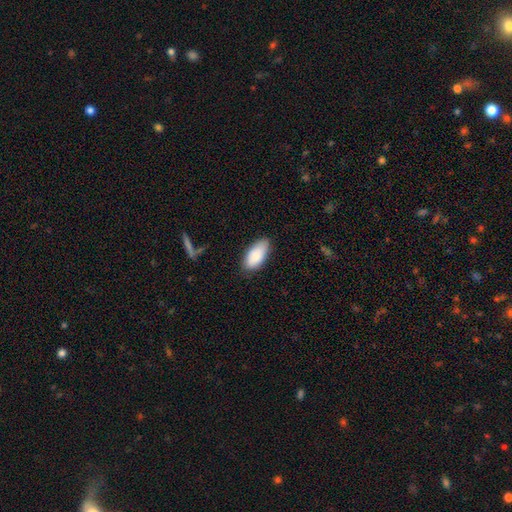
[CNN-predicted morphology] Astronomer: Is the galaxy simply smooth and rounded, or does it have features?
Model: smooth — 86%.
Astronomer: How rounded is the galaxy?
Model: in between — 92%.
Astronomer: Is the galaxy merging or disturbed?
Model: none — 77%.